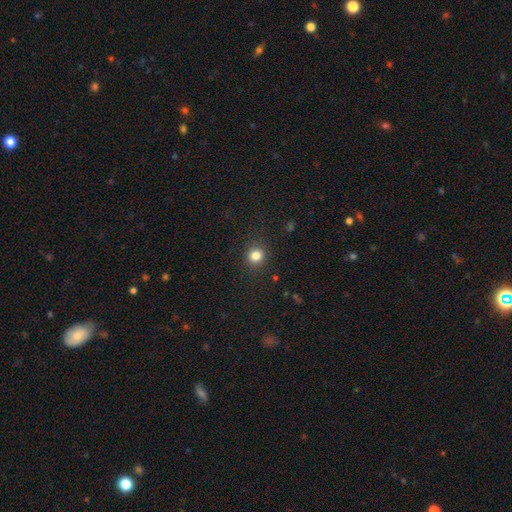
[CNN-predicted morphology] This appears to be a smooth galaxy with no disk features (82%) that is round (87%). Merging: none (89%).